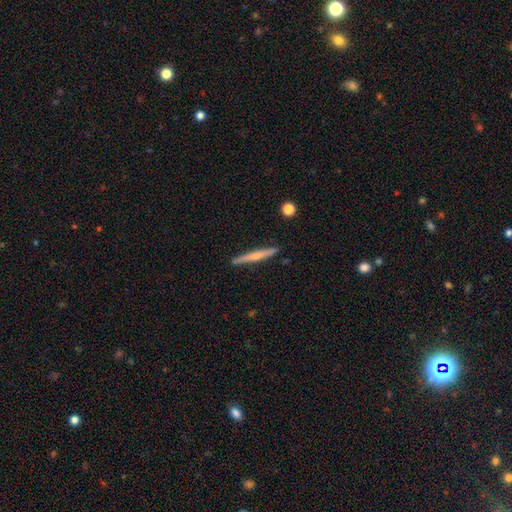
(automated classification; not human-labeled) This appears to be a featured or disk galaxy (49%). Merging: none (90%).